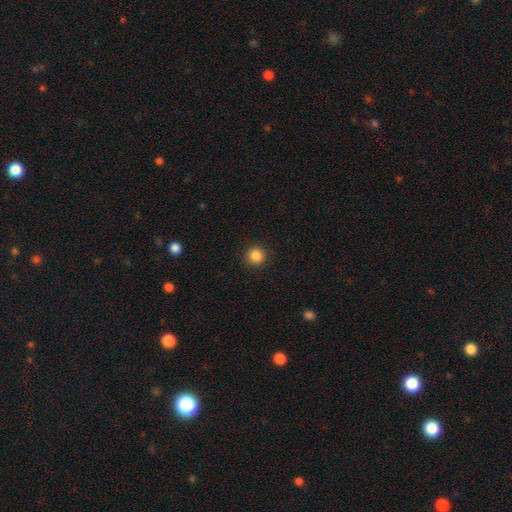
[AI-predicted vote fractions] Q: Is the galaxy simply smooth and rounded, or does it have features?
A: smooth — 86%.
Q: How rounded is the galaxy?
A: round — 94%.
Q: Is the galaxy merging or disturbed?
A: none — 92%.